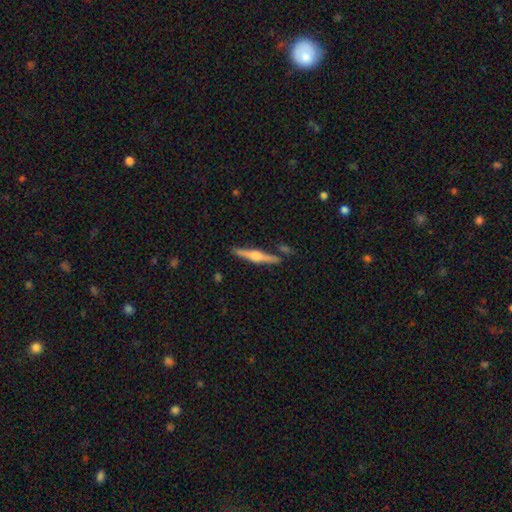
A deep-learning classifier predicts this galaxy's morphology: A featured or disk galaxy (72%) viewed edge-on (98%) with a rounded central bulge (92%).

Vote fractions:
- Smooth or featured? featured or disk: 72% / smooth: 22% / star or artifact: 5%
- Edge-on disk? yes: 98% / no: 2%
- Edge-on bulge? rounded: 92% / boxy: 5% / none: 3%
- Merging? none: 86% / minor disturbance: 8% / merger: 4% / major disturbance: 2%